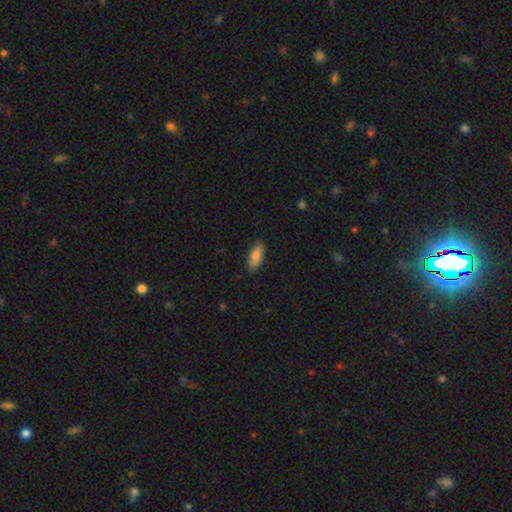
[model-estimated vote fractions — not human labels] This is likely a smooth galaxy (79%). How rounded: clearly in between (82%). Merging: clearly none (83%).